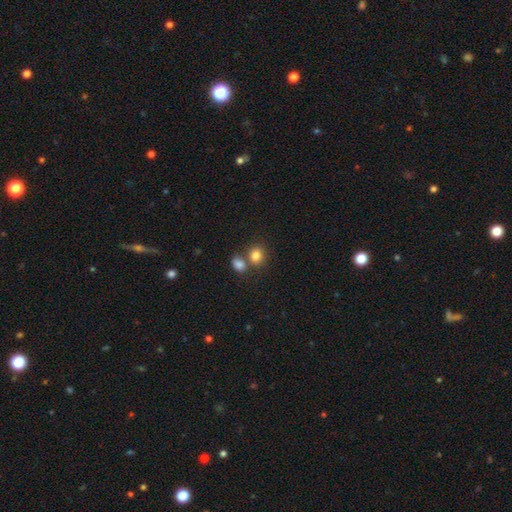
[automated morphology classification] type=smooth (82%); roundness=round (65%); merging=none (51%).